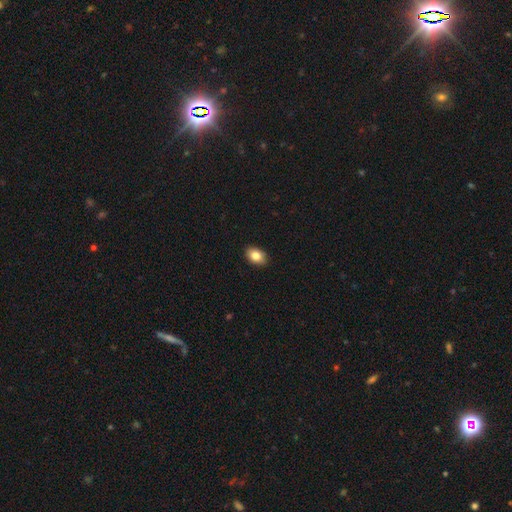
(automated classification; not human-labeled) smooth_or_featured: smooth (p=0.84) [alt: featured or disk p=0.08]
how_rounded: in between (p=0.82) [alt: round p=0.17]
merging: none (p=0.89) [alt: minor disturbance p=0.08]